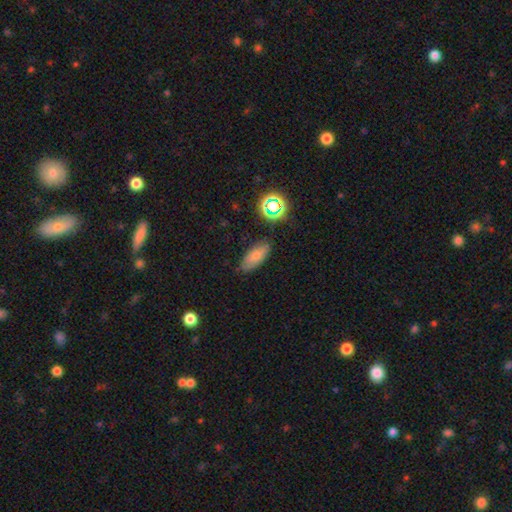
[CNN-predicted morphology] This is likely a smooth galaxy (73%). How rounded: clearly in between (80%). Merging: likely none (77%).